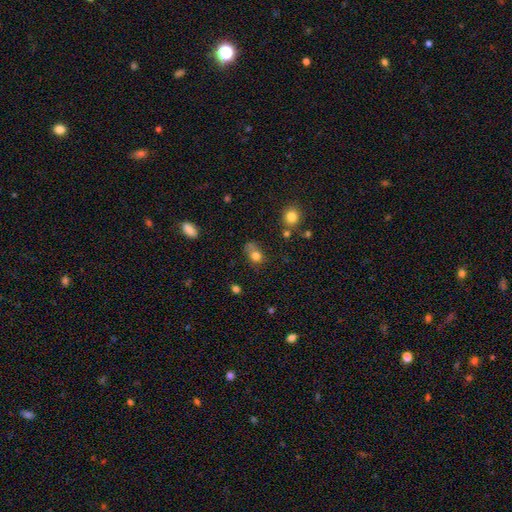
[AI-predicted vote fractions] Q: Smooth or featured?
A: smooth (77%); runner-up: star or artifact (12%)
Q: How rounded?
A: in between (54%); runner-up: round (44%)
Q: Merging?
A: none (39%); runner-up: minor disturbance (30%)